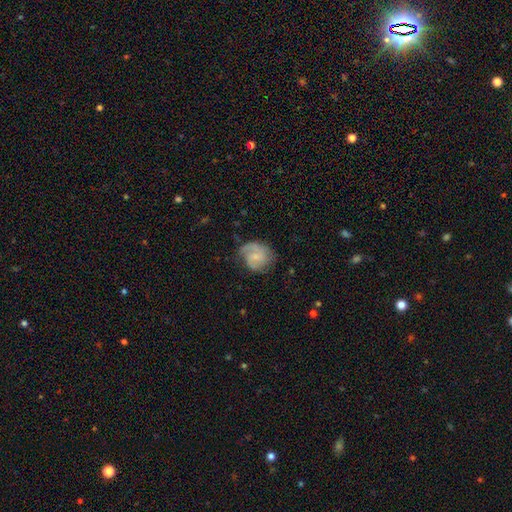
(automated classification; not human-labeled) Morphology: type=featured or disk (60%); edge-on=no (98%); bar=no (53%); spiral arms=yes (89%); winding=medium (43%); arm count=2 (46%); bulge=small (52%); merging=none (58%).